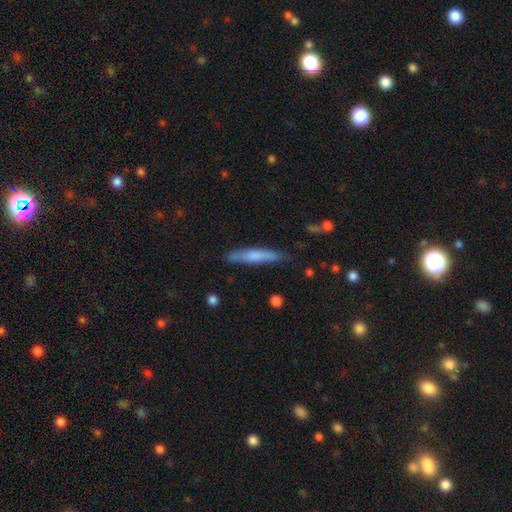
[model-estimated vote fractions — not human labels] Q: Smooth or featured?
A: smooth (63%); runner-up: featured or disk (31%)
Q: How rounded?
A: cigar-shaped (91%); runner-up: in between (8%)
Q: Merging?
A: none (82%); runner-up: minor disturbance (14%)